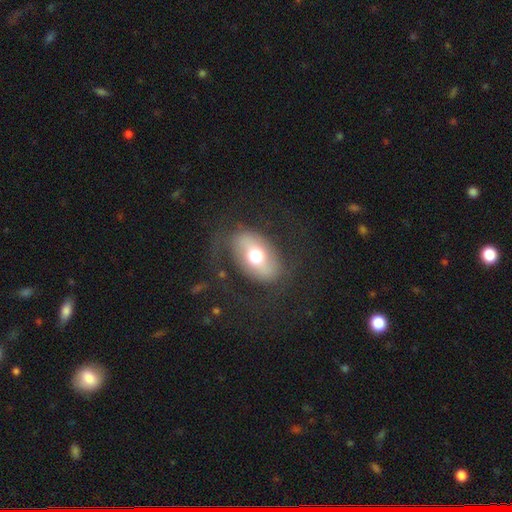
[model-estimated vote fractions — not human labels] This is possibly a featured or disk galaxy (46%, tied with smooth). Merging: likely none (70%).